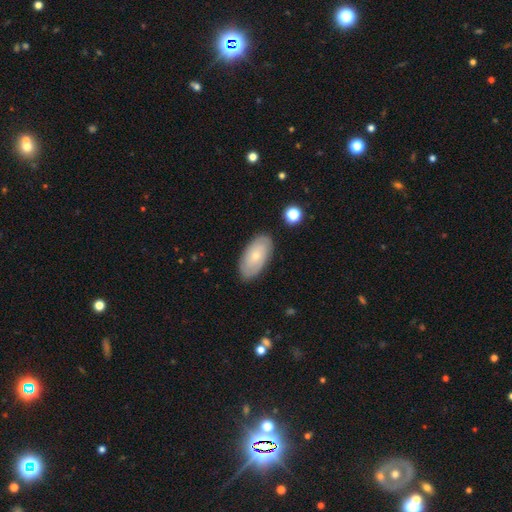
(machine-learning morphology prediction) Q: Smooth or featured?
A: smooth (47%); runner-up: featured or disk (46%)
Q: Merging?
A: none (85%); runner-up: minor disturbance (11%)